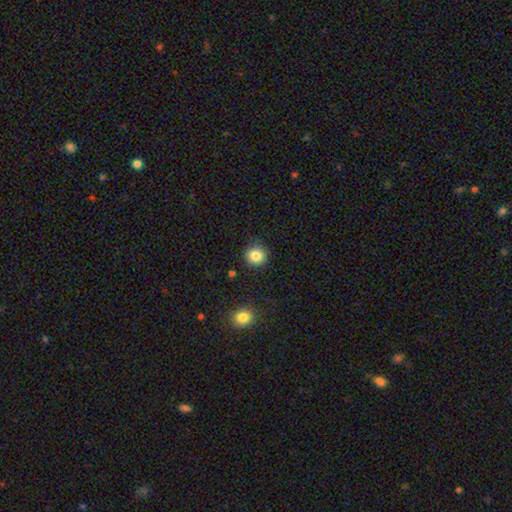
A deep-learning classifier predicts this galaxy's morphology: This appears to be a smooth galaxy with no disk features (84%) that is round (93%). Merging: none (90%).